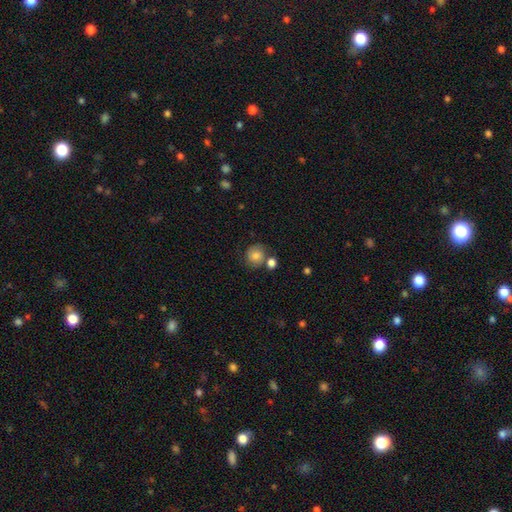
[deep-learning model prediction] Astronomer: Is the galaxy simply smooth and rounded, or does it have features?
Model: smooth — 76%.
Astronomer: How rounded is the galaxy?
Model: round — 86%.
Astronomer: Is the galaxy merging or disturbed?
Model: none — 64%.